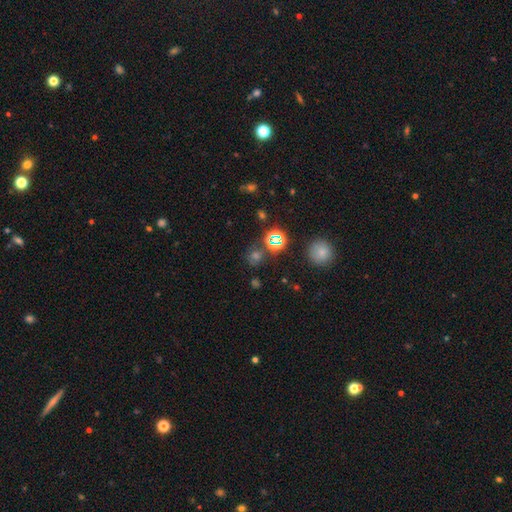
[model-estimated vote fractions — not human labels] Smooth or featured? Predicted: star or artifact (p=0.55).